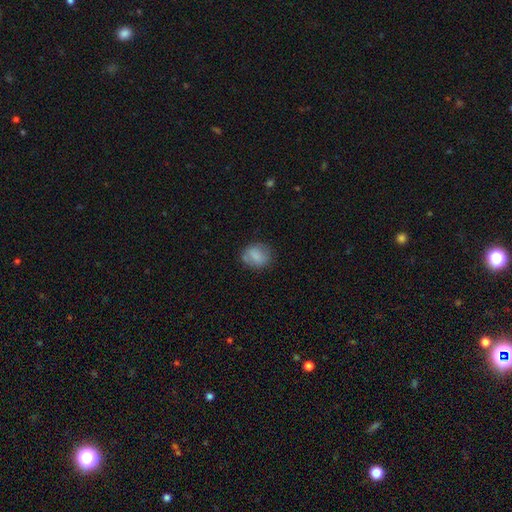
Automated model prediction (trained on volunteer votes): smooth-or-featured: smooth: 79% | featured or disk: 13% | star or artifact: 8%
  how-rounded: round: 54% | in between: 45% | cigar-shaped: 1%
  merging: none: 68% | minor disturbance: 21% | major disturbance: 6% | merger: 5%